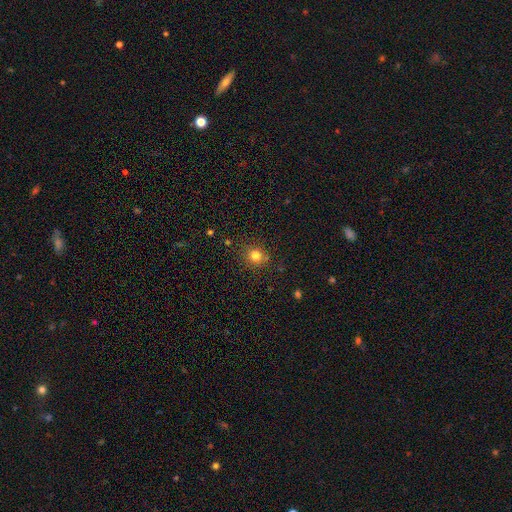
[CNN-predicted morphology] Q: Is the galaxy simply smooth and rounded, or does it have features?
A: smooth — 80%.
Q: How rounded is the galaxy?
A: round — 87%.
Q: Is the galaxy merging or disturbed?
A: none — 85%.